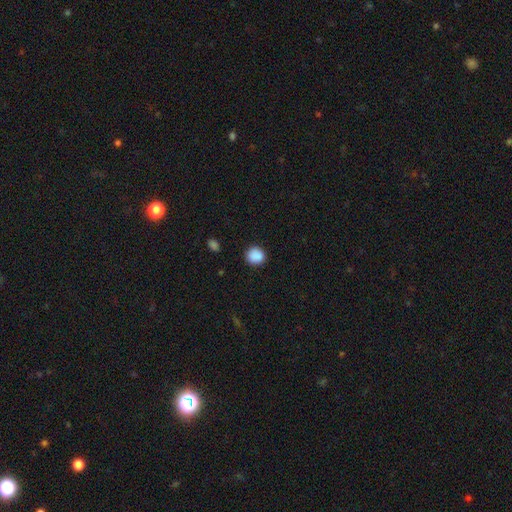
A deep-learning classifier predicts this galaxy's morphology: Smooth or featured?
  - smooth: 88% *
  - star or artifact: 9%
  - featured or disk: 3%
How rounded?
  - round: 89% *
  - in between: 10%
  - cigar-shaped: 1%
Merging?
  - none: 87% *
  - minor disturbance: 9%
  - major disturbance: 3%
  - merger: 2%